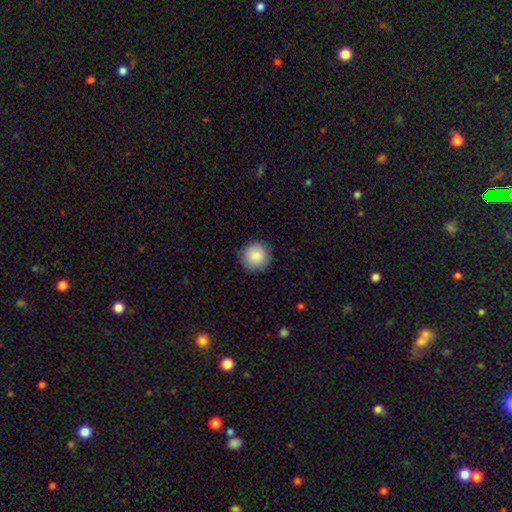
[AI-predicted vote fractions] Smooth or featured? Predicted: smooth (p=0.88). How rounded? Predicted: round (p=0.94). Merging? Predicted: none (p=0.88).